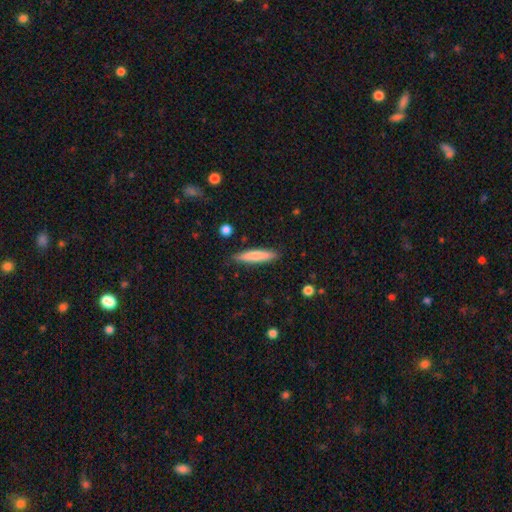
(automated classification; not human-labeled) The model was most divided on "smooth or featured": smooth: 77%, featured or disk: 17%, star or artifact: 6%. More confident: merging — none (87%); how rounded — cigar-shaped (86%).